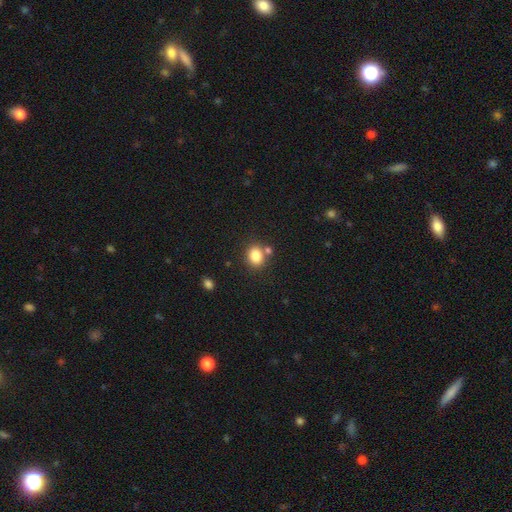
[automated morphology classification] The model was most divided on "how rounded": round: 63%, in between: 36%, cigar-shaped: 1%. More confident: smooth or featured — smooth (83%); merging — none (71%).